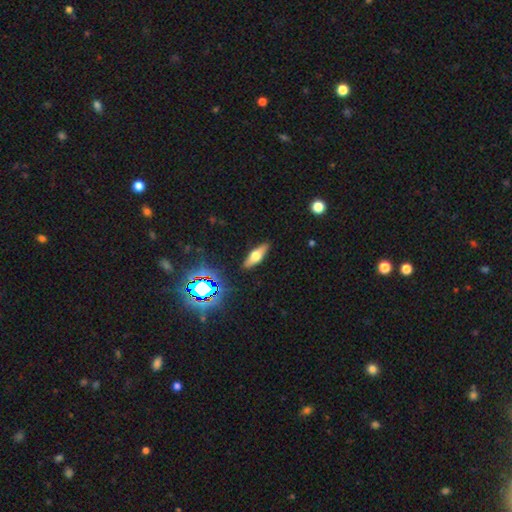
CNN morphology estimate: type=smooth (47%); merging=none (88%).